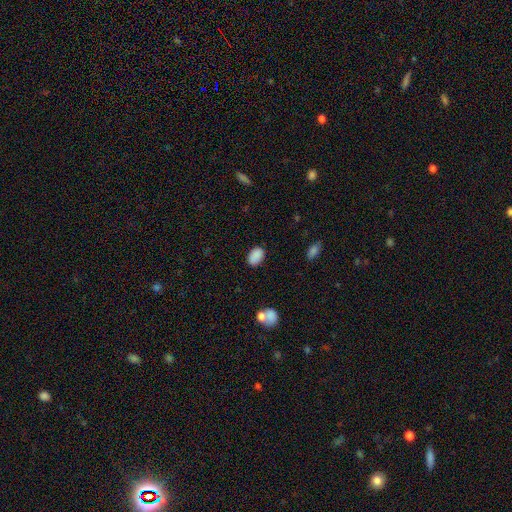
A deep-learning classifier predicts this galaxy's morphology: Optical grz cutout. It shows a smooth galaxy with no disk features (88%) that is in between round and cigar-shaped (88%). Merging: none (84%).